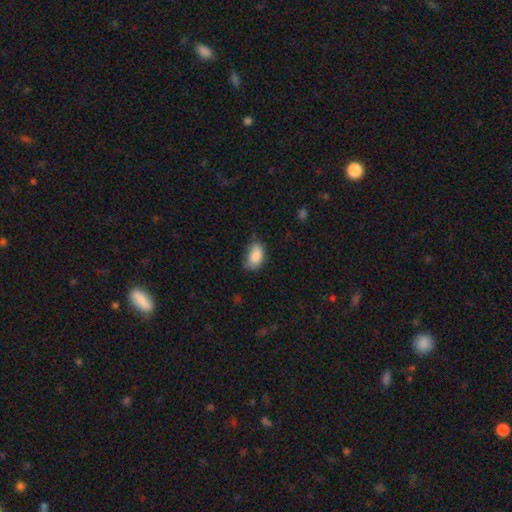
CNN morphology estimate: smooth-or-featured: smooth: 87% | star or artifact: 7% | featured or disk: 6%
  how-rounded: in between: 92% | round: 7% | cigar-shaped: 2%
  merging: none: 58% | minor disturbance: 33% | major disturbance: 7% | merger: 2%